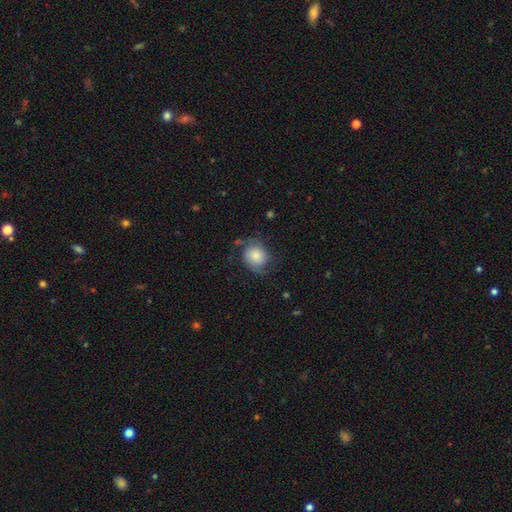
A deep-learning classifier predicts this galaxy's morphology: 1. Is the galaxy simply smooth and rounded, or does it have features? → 54% smooth, 37% featured or disk, 9% star or artifact.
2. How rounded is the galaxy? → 74% round, 26% in between, 1% cigar-shaped.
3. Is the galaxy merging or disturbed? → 59% none, 25% minor disturbance, 14% major disturbance, 2% merger.